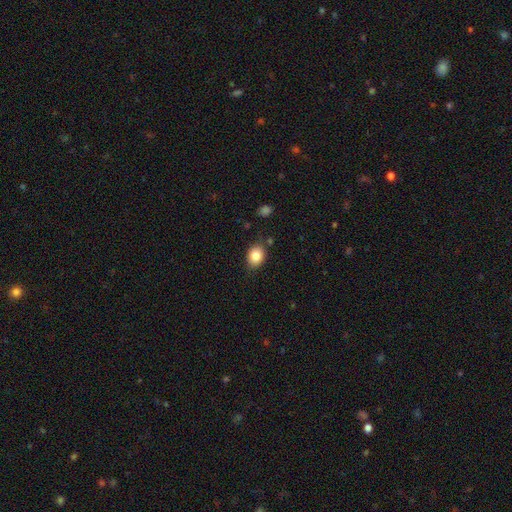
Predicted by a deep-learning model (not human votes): Smooth or featured: smooth — 84% (star or artifact — 9%)
How rounded: in between — 55% (round — 44%)
Merging: none — 81% (minor disturbance — 13%)